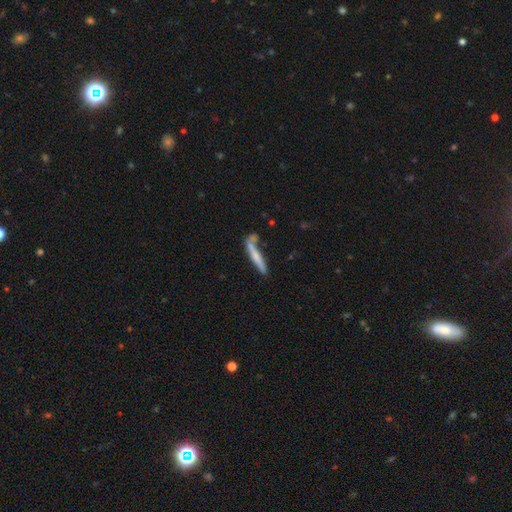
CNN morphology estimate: Smooth or featured? smooth (56%)
How rounded? cigar-shaped (92%)
Merging? none (55%)